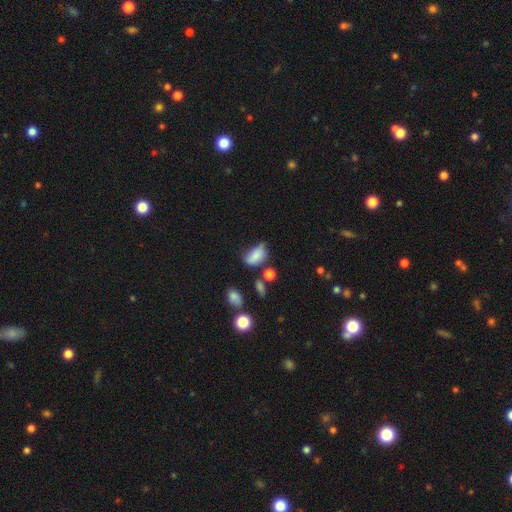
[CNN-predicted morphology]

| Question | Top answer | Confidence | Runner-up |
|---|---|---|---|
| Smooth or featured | smooth | 75% | featured or disk (14%) |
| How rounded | in between | 88% | round (9%) |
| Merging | minor disturbance | 38% | none (36%) |